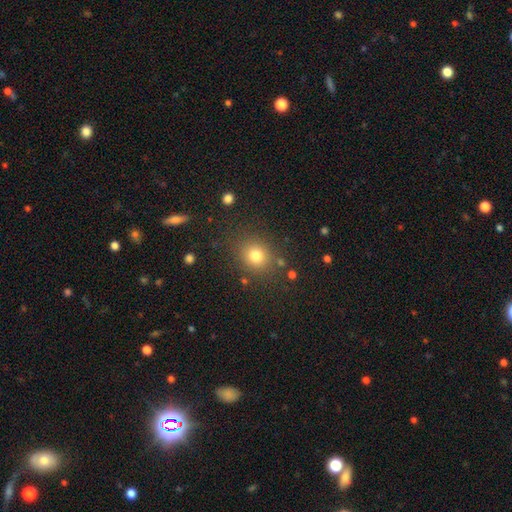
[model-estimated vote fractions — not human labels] smooth_or_featured: smooth (p=0.78) [alt: star or artifact p=0.14]
how_rounded: round (p=0.78) [alt: in between p=0.21]
merging: none (p=0.82) [alt: minor disturbance p=0.10]